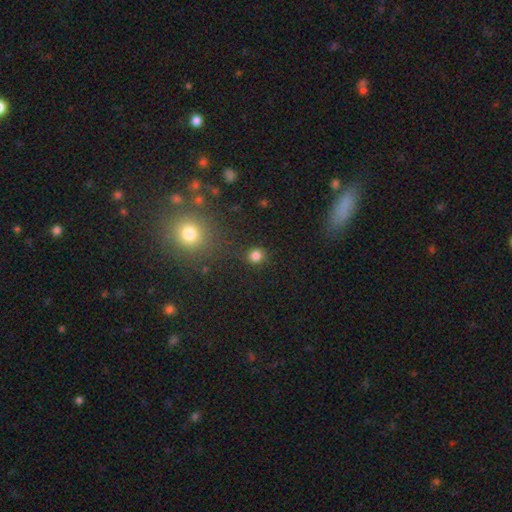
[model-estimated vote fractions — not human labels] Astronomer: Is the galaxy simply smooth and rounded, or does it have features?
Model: smooth — 82%.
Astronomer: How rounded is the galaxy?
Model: round — 90%.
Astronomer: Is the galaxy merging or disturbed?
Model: none — 86%.